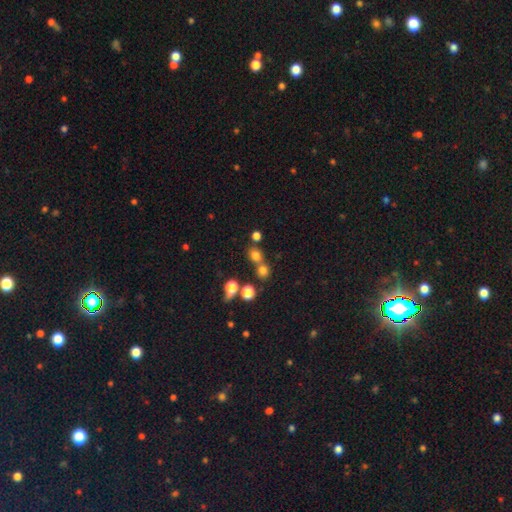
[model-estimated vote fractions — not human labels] A smooth galaxy with no disk features (72%) that is round (79%).

Vote fractions:
- Smooth or featured? smooth: 72% / star or artifact: 20% / featured or disk: 9%
- How rounded? round: 79% / in between: 19% / cigar-shaped: 1%
- Merging? none: 56% / merger: 33% / minor disturbance: 8% / major disturbance: 4%